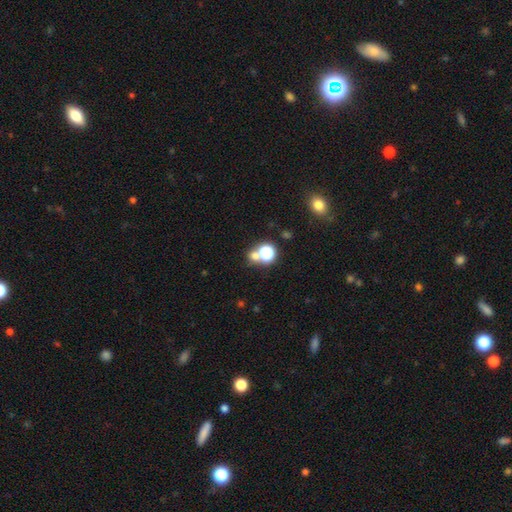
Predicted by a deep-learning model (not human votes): smooth_or_featured: smooth (p=0.57) [alt: star or artifact p=0.34]
how_rounded: round (p=0.81) [alt: in between p=0.18]
merging: none (p=0.57) [alt: merger p=0.30]